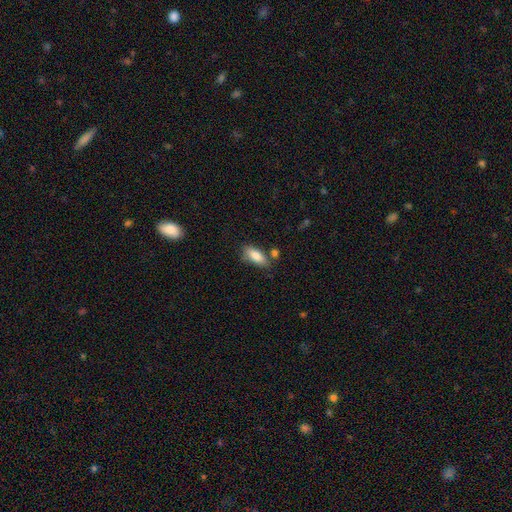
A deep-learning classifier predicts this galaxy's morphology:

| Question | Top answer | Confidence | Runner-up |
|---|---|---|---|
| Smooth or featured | smooth | 84% | featured or disk (9%) |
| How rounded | in between | 83% | cigar-shaped (15%) |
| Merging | none | 70% | minor disturbance (17%) |